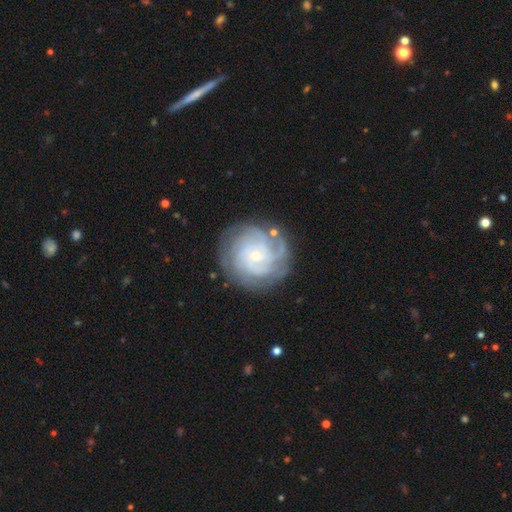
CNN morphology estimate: This appears to be a featured or disk galaxy (82%) with no bar (71%), tight (73%) spiral arms (95%) and a small central bulge (75%). Merging: none (77%).